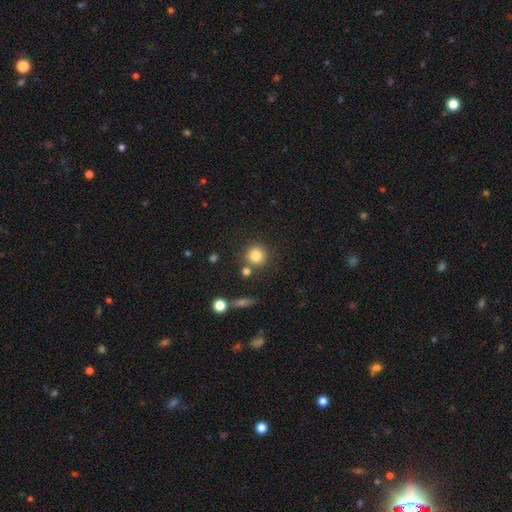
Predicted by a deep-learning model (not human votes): Overall: smooth (82%). How rounded: round (92%). Merging: none (77%).